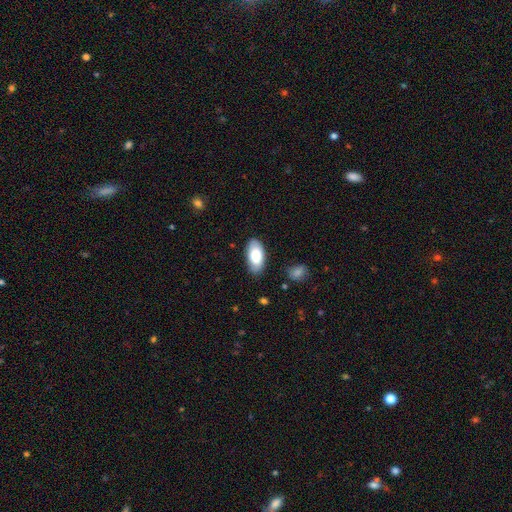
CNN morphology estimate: smooth 77%, featured or disk 17%, star or artifact 6%. Down the decision tree: how rounded — in between (94%); merging — none (85%).